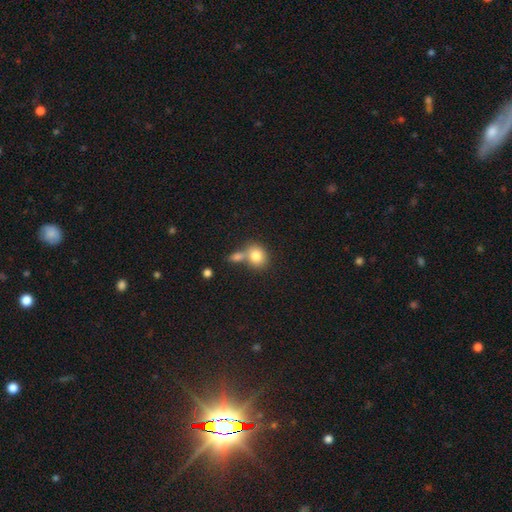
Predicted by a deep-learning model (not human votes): Smooth or featured? Predicted: smooth (p=0.81). How rounded? Predicted: round (p=0.67). Merging? Predicted: merger (p=0.43).